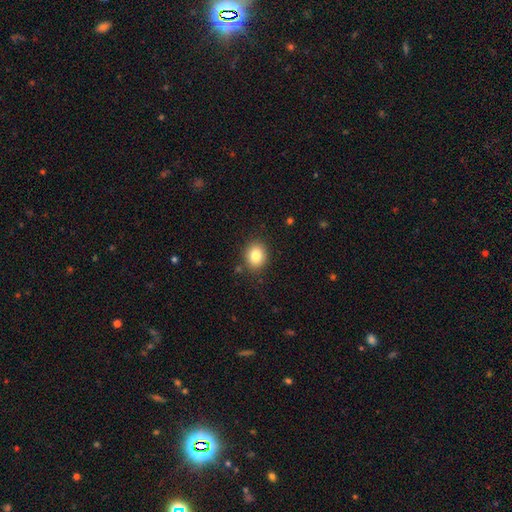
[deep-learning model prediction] Smooth or featured? smooth (82%)
How rounded? round (62%)
Merging? none (87%)